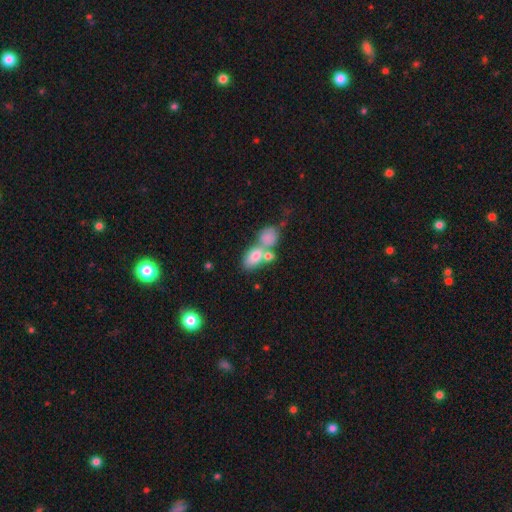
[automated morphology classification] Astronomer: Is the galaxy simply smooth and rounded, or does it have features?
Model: smooth — 74%.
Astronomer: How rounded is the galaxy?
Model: in between — 82%.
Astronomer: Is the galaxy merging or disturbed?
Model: merger — 57%.